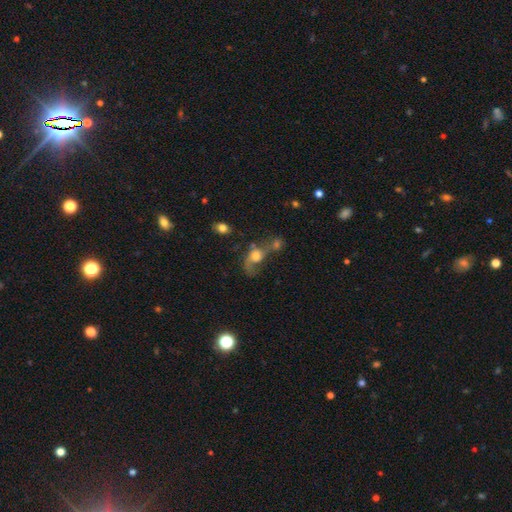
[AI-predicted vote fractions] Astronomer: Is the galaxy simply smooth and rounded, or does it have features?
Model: smooth — 51% (runner-up: featured or disk, 37%).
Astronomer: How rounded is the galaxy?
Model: in between — 53% (runner-up: round, 43%).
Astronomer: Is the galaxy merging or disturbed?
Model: merger — 43% (runner-up: major disturbance, 26%).